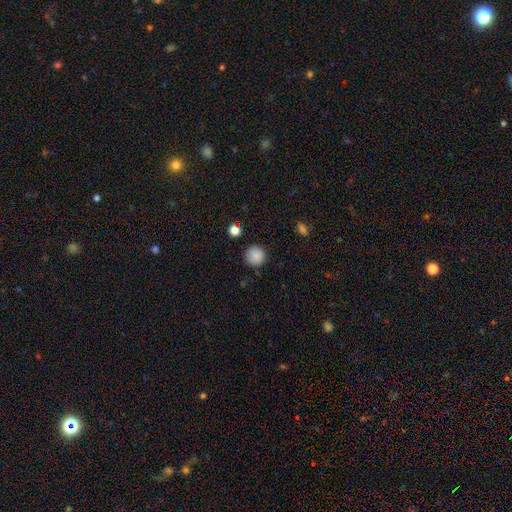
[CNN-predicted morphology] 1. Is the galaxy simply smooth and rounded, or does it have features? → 86% smooth, 10% star or artifact, 4% featured or disk.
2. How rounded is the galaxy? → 94% round, 5% in between, 1% cigar-shaped.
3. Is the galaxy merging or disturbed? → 87% none, 9% minor disturbance, 3% major disturbance, 2% merger.